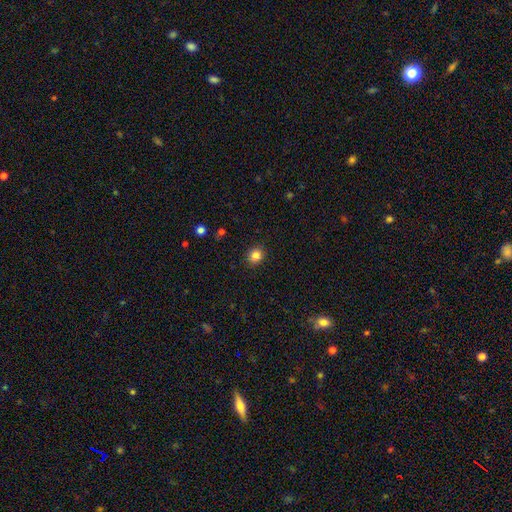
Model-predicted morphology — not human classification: smooth-or-featured: smooth: 84% | star or artifact: 11% | featured or disk: 5%
  how-rounded: round: 81% | in between: 18% | cigar-shaped: 1%
  merging: none: 91% | minor disturbance: 6% | major disturbance: 2% | merger: 1%